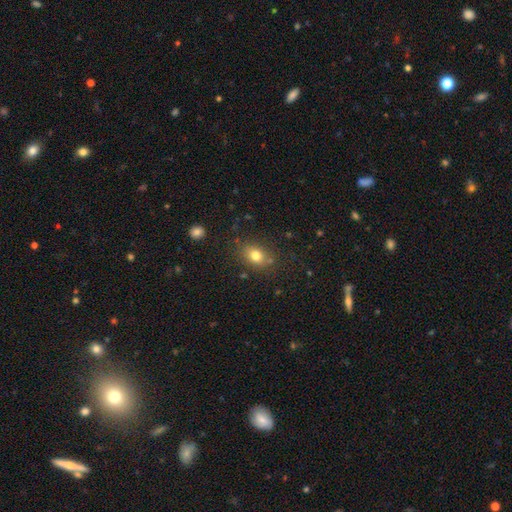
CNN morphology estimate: A smooth galaxy with no disk features (78%) that is in between round and cigar-shaped (65%). Merging: none (77%).